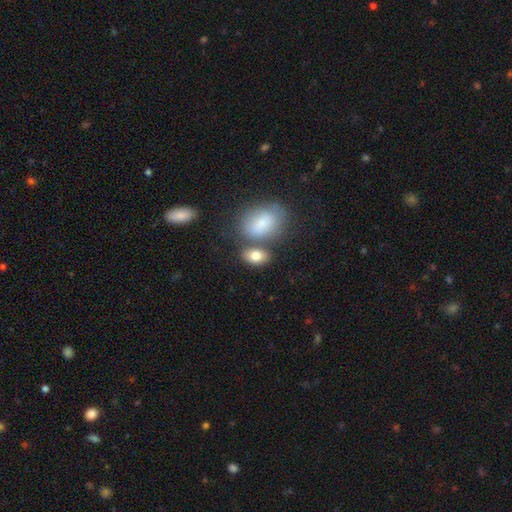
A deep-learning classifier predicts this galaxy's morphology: This is clearly a smooth galaxy (81%). How rounded: clearly in between (86%). Merging: likely none (61%).